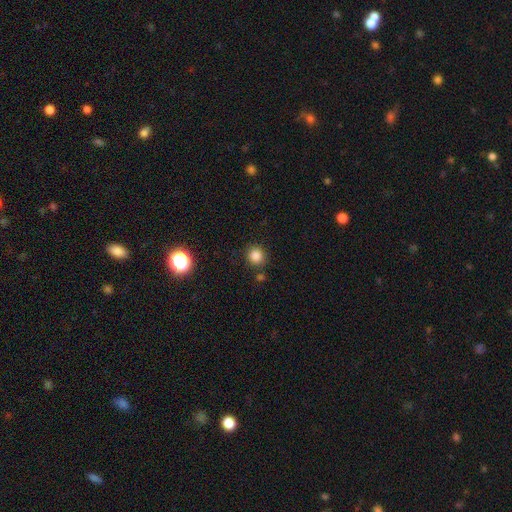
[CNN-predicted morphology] smooth-or-featured: smooth: 83% | star or artifact: 13% | featured or disk: 4%
  how-rounded: round: 89% | in between: 10% | cigar-shaped: 1%
  merging: none: 83% | minor disturbance: 9% | merger: 5% | major disturbance: 3%